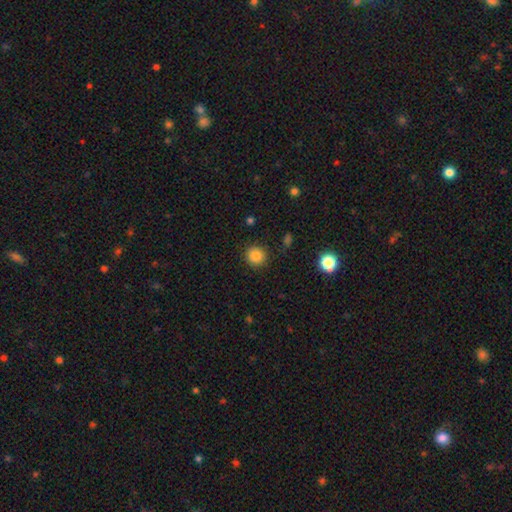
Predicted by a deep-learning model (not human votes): Q: Smooth or featured?
A: smooth (84%); runner-up: star or artifact (11%)
Q: How rounded?
A: round (91%); runner-up: in between (8%)
Q: Merging?
A: none (89%); runner-up: minor disturbance (7%)